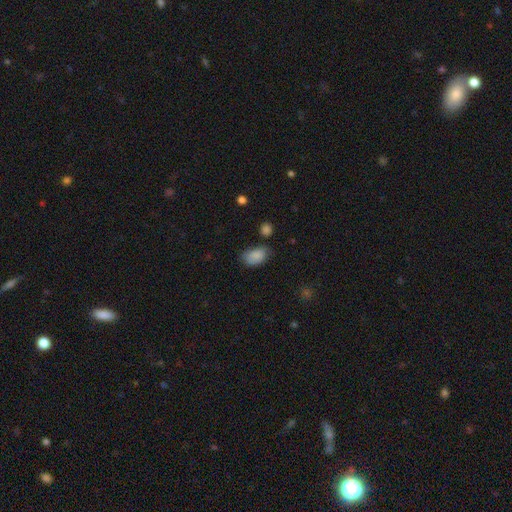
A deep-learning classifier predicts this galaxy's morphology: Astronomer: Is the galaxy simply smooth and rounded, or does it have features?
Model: smooth — 84%.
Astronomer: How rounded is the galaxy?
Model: in between — 90%.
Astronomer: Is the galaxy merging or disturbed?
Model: none — 60%.